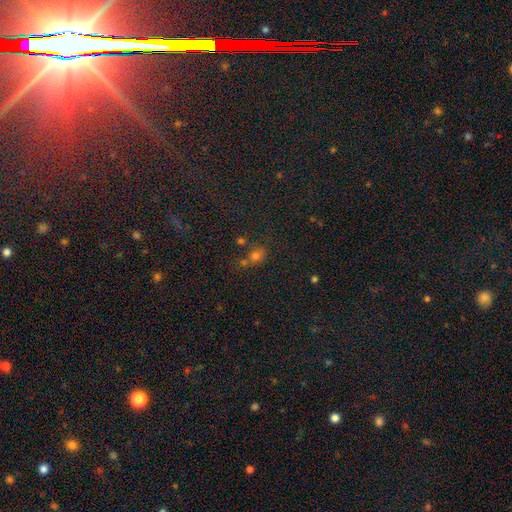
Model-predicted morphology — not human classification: A smooth galaxy with no disk features (64%) that is round (64%). Merging: none (51%).